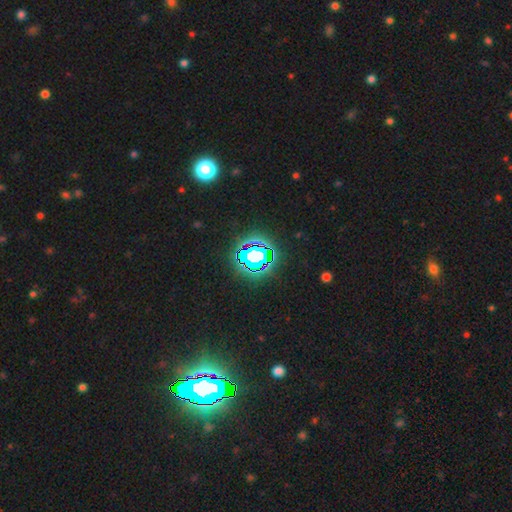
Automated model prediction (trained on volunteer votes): smooth_or_featured: star or artifact (p=0.71) [alt: smooth p=0.16]